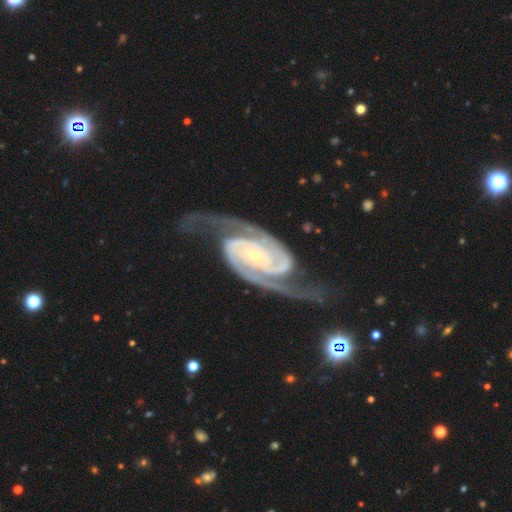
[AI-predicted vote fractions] featured or disk 94%, star or artifact 4%, smooth 2%. Down the decision tree: edge-on disk — no (97%); bar — no (46%); spiral arms — yes (99%); spiral arm count — 2 (91%); spiral winding — medium (46%); bulge size — small (81%); merging — none (71%).